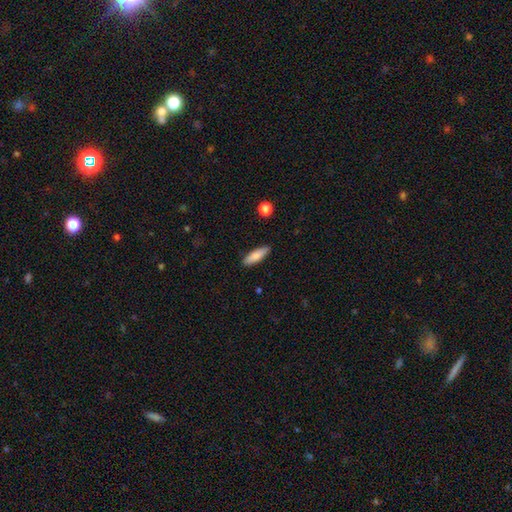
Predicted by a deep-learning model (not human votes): Smooth or featured: smooth — 81% (featured or disk — 13%)
How rounded: cigar-shaped — 59% (in between — 40%)
Merging: none — 89% (minor disturbance — 8%)